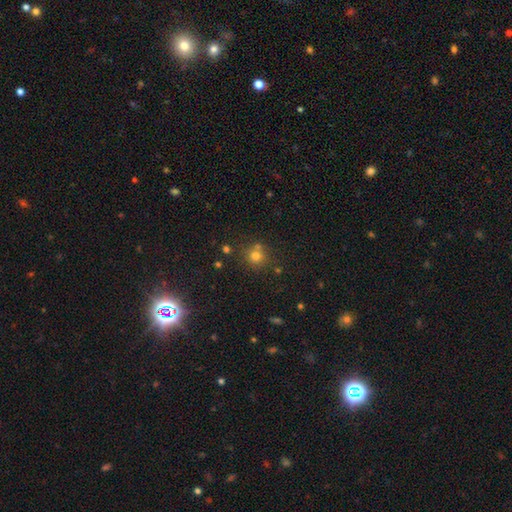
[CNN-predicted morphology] A smooth galaxy with no disk features (73%) that is round (91%).

Vote fractions:
- Smooth or featured? smooth: 73% / star or artifact: 19% / featured or disk: 9%
- How rounded? round: 91% / in between: 8% / cigar-shaped: 1%
- Merging? none: 72% / merger: 14% / minor disturbance: 10% / major disturbance: 3%